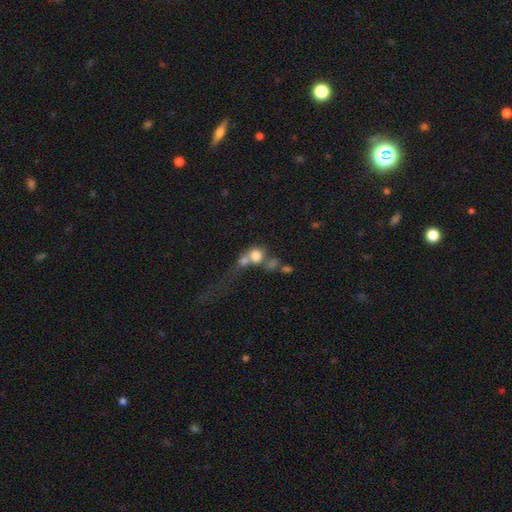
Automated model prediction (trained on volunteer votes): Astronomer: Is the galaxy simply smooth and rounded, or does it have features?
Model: smooth — 69%.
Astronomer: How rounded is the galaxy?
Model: round — 68%.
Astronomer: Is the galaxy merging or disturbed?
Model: merger — 59%.